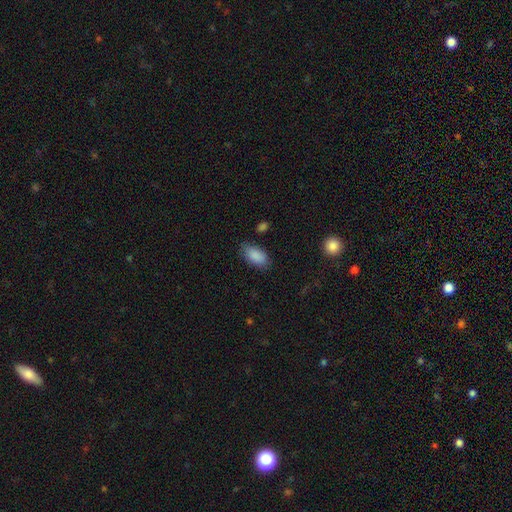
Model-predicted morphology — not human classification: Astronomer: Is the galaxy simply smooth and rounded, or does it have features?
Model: smooth — 89%.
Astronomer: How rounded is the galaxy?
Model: in between — 93%.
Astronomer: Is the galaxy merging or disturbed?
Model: none — 79%.